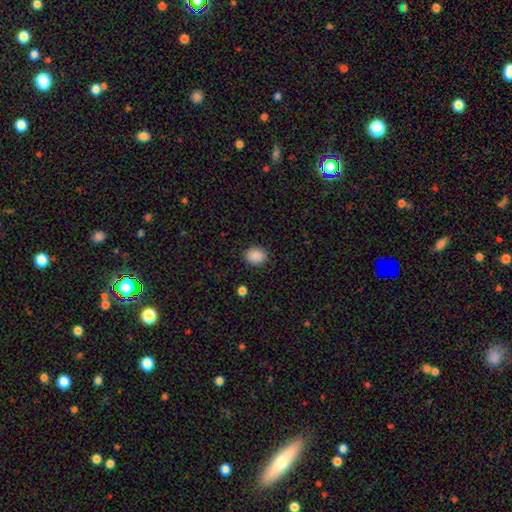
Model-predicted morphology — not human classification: smooth 89%, star or artifact 9%, featured or disk 2%. Down the decision tree: how rounded — round (56%); merging — none (90%).